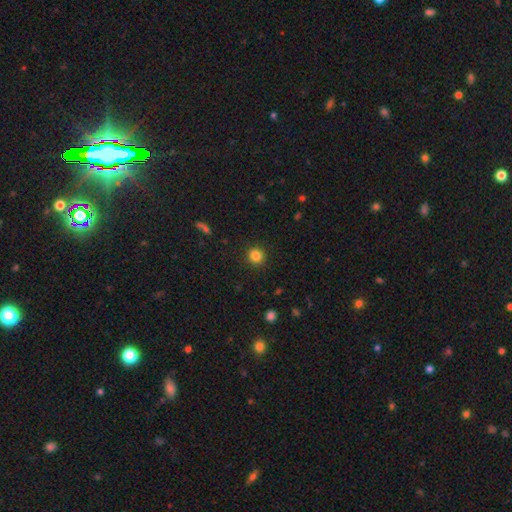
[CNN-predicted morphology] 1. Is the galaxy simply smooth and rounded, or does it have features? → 83% smooth, 12% star or artifact, 5% featured or disk.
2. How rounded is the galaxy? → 91% round, 8% in between, 1% cigar-shaped.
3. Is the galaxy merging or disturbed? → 92% none, 5% minor disturbance, 2% major disturbance, 1% merger.